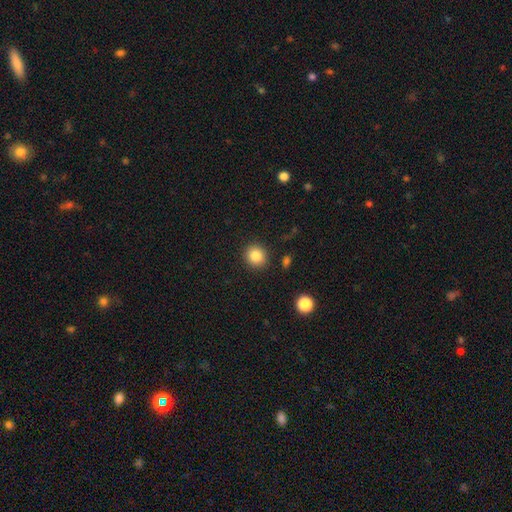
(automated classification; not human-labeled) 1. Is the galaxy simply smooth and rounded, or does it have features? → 85% smooth, 10% star or artifact, 6% featured or disk.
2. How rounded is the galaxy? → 86% round, 13% in between, 1% cigar-shaped.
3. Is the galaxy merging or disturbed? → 90% none, 6% minor disturbance, 2% major disturbance, 2% merger.